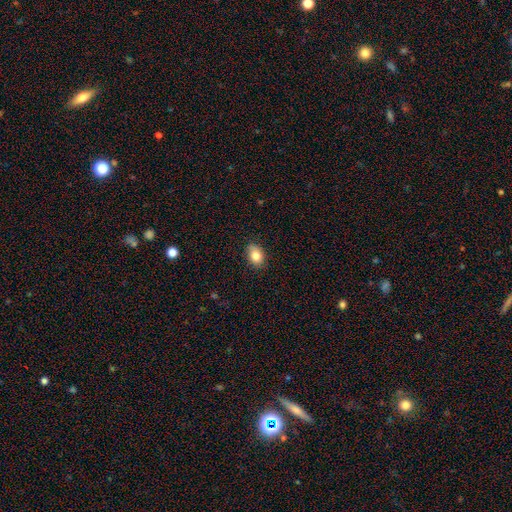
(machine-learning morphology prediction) Smooth or featured: smooth — 82% (featured or disk — 10%)
How rounded: in between — 77% (round — 21%)
Merging: none — 83% (minor disturbance — 13%)